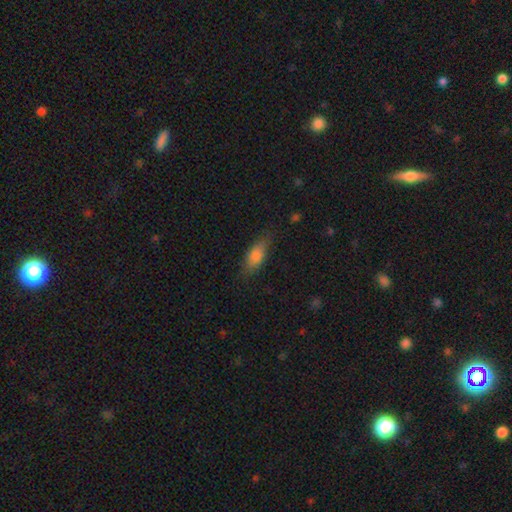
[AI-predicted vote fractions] Morphology: type=smooth (79%); roundness=in between (77%); merging=none (71%).